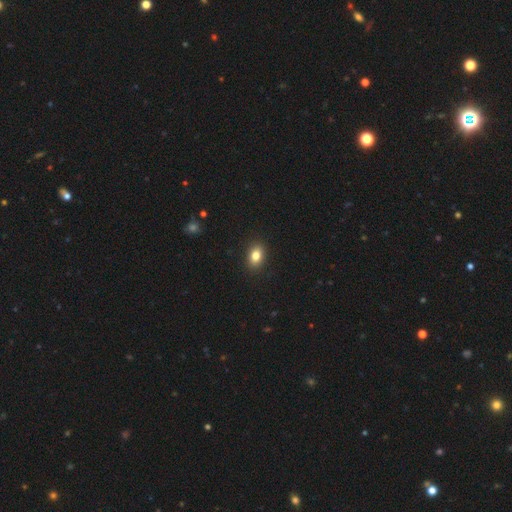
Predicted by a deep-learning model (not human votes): smooth 83%, star or artifact 9%, featured or disk 8%. Down the decision tree: how rounded — in between (76%); merging — none (90%).